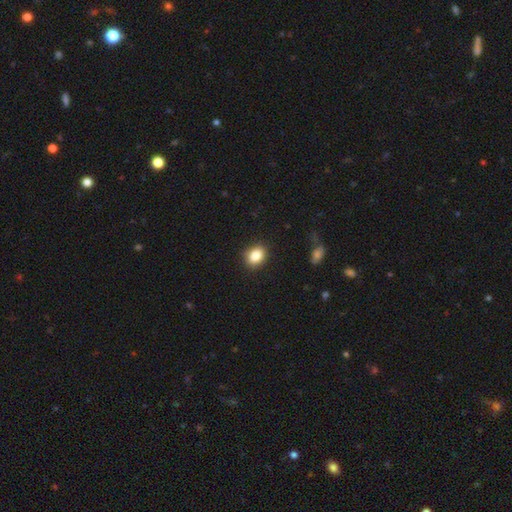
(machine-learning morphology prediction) A smooth galaxy with no disk features (85%) that is in between round and cigar-shaped (64%). Merging: none (87%).